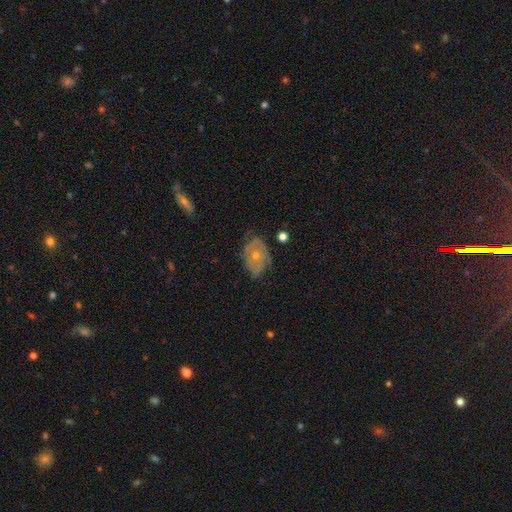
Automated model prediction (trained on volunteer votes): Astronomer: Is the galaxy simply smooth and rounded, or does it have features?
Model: featured or disk — 64%.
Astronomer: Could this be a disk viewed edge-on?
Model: no — 94%.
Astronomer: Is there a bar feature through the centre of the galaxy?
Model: no — 87%.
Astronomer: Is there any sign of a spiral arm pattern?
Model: yes — 66%.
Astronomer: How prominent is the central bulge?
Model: small — 54% (runner-up: moderate, 43%).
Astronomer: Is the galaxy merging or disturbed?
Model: none — 69%.